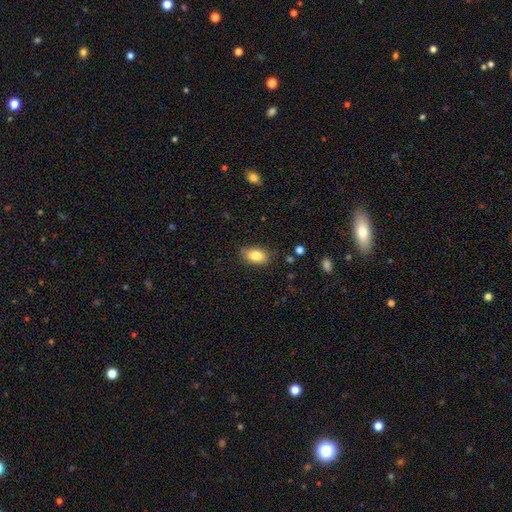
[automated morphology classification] A smooth galaxy with no disk features (84%) that is in between round and cigar-shaped (88%).

Vote fractions:
- Smooth or featured? smooth: 84% / featured or disk: 8% / star or artifact: 8%
- How rounded? in between: 88% / round: 10% / cigar-shaped: 2%
- Merging? none: 80% / minor disturbance: 15% / major disturbance: 3% / merger: 2%